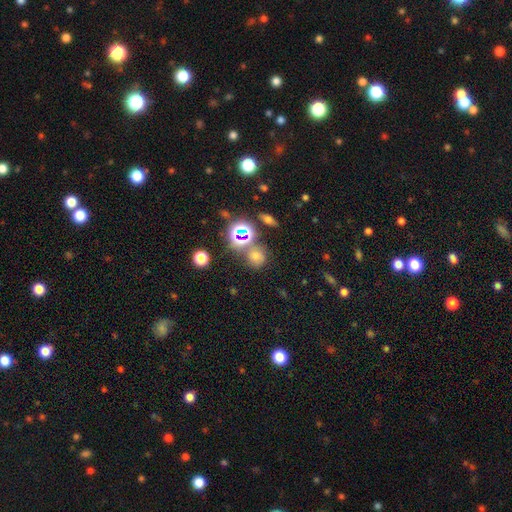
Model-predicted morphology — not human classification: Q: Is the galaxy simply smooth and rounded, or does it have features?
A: smooth — 58%.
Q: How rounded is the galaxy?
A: round — 78%.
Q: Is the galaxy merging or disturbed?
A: none — 68%.